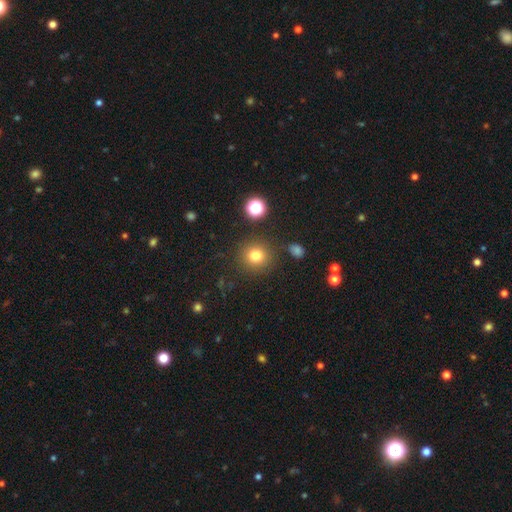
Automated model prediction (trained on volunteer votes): This appears to be a smooth galaxy with no disk features (78%) that is round (92%). Merging: none (86%).